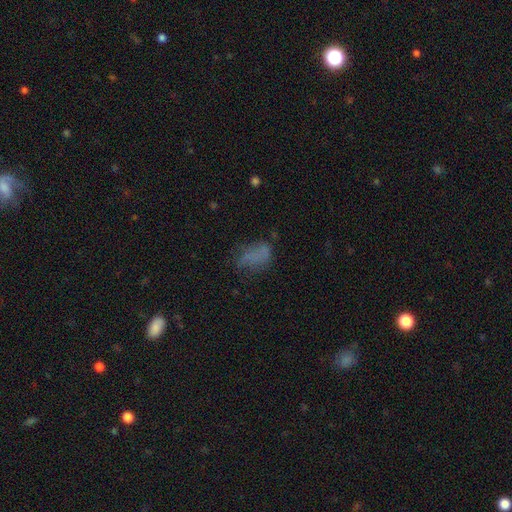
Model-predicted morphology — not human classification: Smooth or featured? Predicted: smooth (p=0.62). How rounded? Predicted: in between (p=0.84). Merging? Predicted: none (p=0.45).